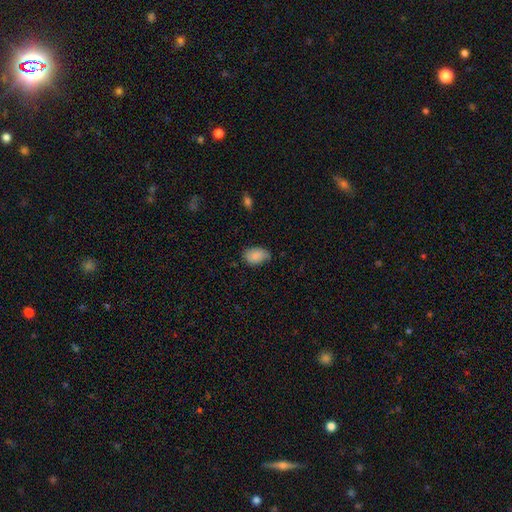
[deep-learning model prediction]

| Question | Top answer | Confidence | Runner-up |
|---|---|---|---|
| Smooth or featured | smooth | 86% | star or artifact (7%) |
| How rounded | in between | 86% | round (12%) |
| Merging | none | 66% | minor disturbance (28%) |